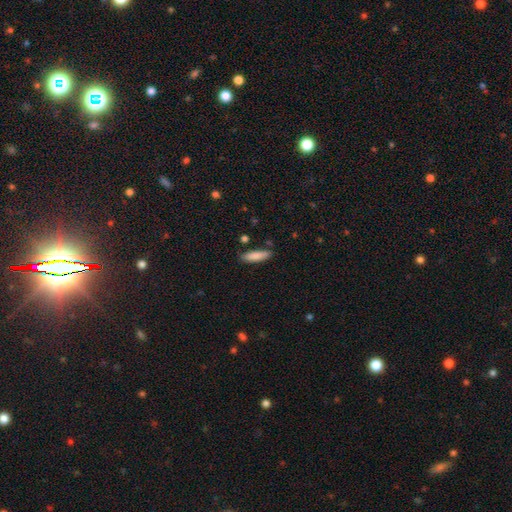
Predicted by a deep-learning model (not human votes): Smooth or featured?
  - smooth: 85% *
  - featured or disk: 8%
  - star or artifact: 6%
How rounded?
  - cigar-shaped: 66% *
  - in between: 33%
  - round: 1%
Merging?
  - none: 83% *
  - minor disturbance: 12%
  - merger: 3%
  - major disturbance: 2%